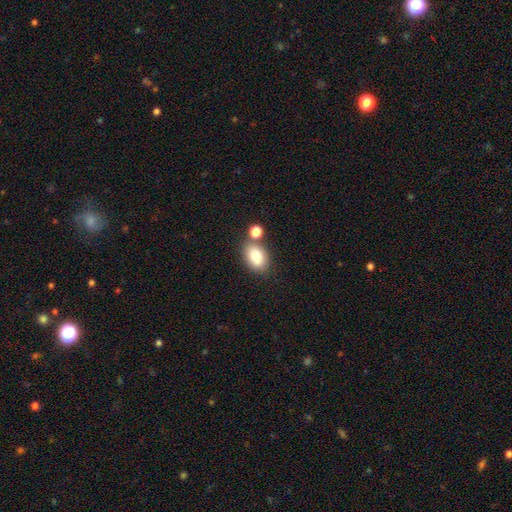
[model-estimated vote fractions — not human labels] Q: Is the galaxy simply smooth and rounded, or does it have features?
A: smooth — 79%.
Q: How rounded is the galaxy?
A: in between — 81%.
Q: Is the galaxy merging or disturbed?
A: none — 63%.